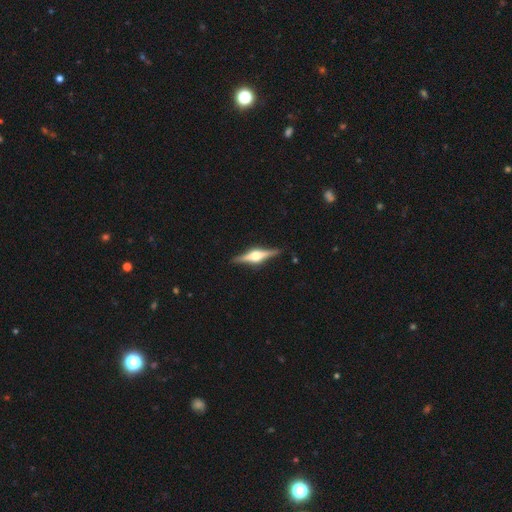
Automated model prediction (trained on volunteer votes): A featured or disk galaxy (83%) viewed edge-on (98%) with a rounded central bulge (94%).

Vote fractions:
- Smooth or featured? featured or disk: 83% / smooth: 12% / star or artifact: 5%
- Edge-on disk? yes: 98% / no: 2%
- Edge-on bulge? rounded: 94% / boxy: 5% / none: 1%
- Merging? none: 90% / minor disturbance: 7% / major disturbance: 2% / merger: 1%